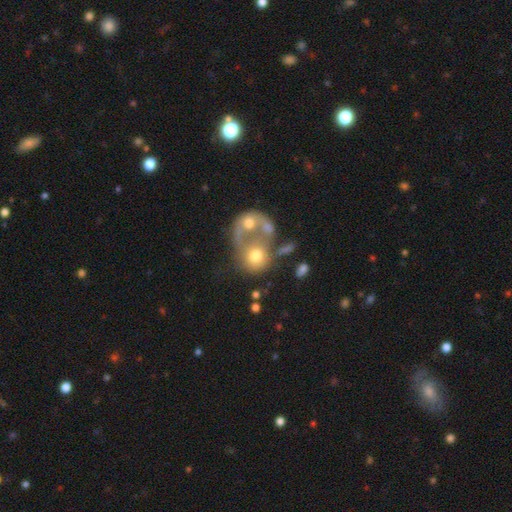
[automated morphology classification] Smooth or featured?
  - smooth: 51% *
  - featured or disk: 39%
  - star or artifact: 10%
How rounded?
  - round: 64% *
  - in between: 35%
  - cigar-shaped: 1%
Merging?
  - merger: 65% *
  - major disturbance: 17%
  - none: 12%
  - minor disturbance: 6%